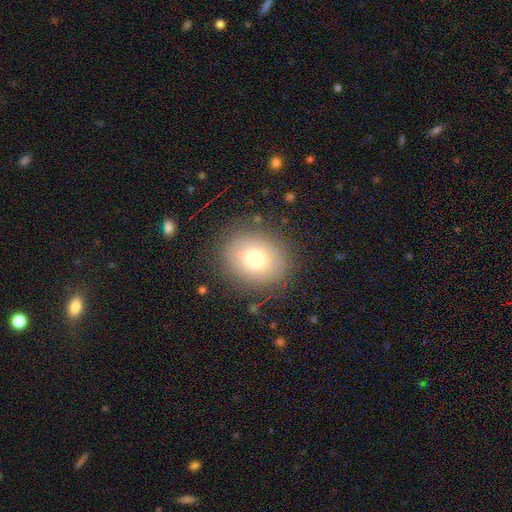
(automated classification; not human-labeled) Morphology: type=smooth (74%); roundness=round (55%); merging=none (87%).